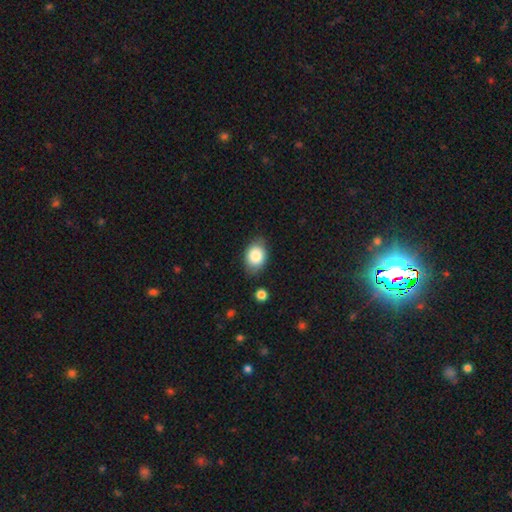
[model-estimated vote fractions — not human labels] Q: Smooth or featured?
A: smooth (84%); runner-up: featured or disk (8%)
Q: How rounded?
A: in between (77%); runner-up: round (22%)
Q: Merging?
A: none (78%); runner-up: minor disturbance (16%)